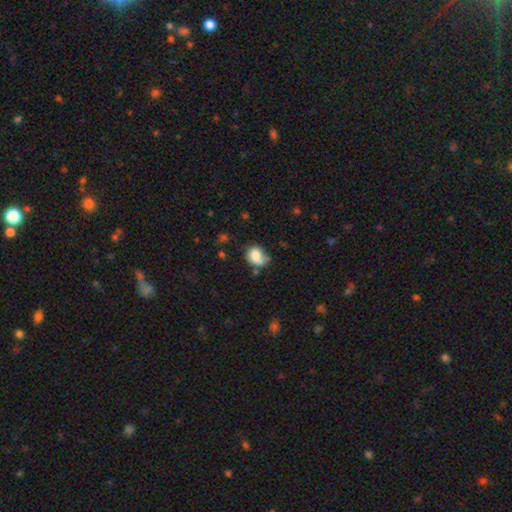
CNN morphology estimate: A smooth galaxy with no disk features (74%) that is round (57%).

Vote fractions:
- Smooth or featured? smooth: 74% / featured or disk: 17% / star or artifact: 9%
- How rounded? round: 57% / in between: 42% / cigar-shaped: 1%
- Merging? none: 43% / minor disturbance: 31% / major disturbance: 18% / merger: 8%